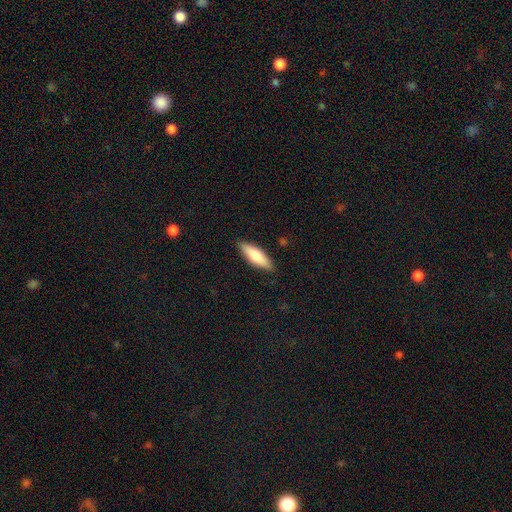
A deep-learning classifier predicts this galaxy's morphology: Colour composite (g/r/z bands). It shows a smooth galaxy with no disk features (73%) that is in between round and cigar-shaped (52%). Merging: none (87%).